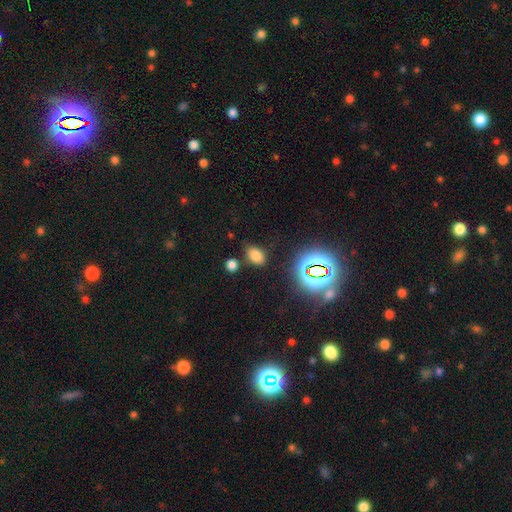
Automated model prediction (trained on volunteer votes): Smooth or featured? smooth (73%)
How rounded? in between (82%)
Merging? none (77%)